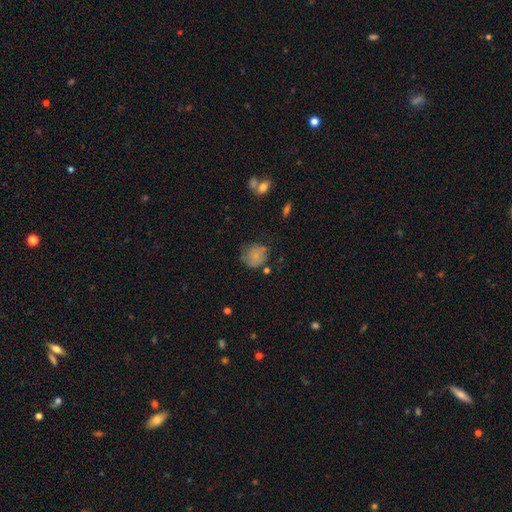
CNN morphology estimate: Smooth or featured?
  - smooth: 72% *
  - featured or disk: 17%
  - star or artifact: 11%
How rounded?
  - round: 77% *
  - in between: 22%
  - cigar-shaped: 1%
Merging?
  - none: 52% *
  - minor disturbance: 29%
  - major disturbance: 14%
  - merger: 5%